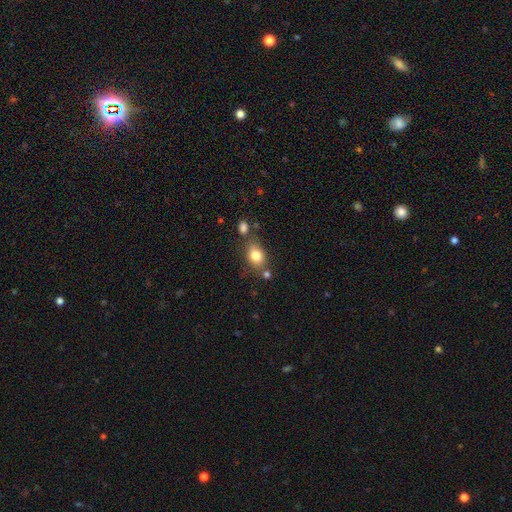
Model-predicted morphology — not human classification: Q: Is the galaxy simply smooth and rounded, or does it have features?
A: smooth — 81%.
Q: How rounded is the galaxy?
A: in between — 66%.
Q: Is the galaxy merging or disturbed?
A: none — 64%.